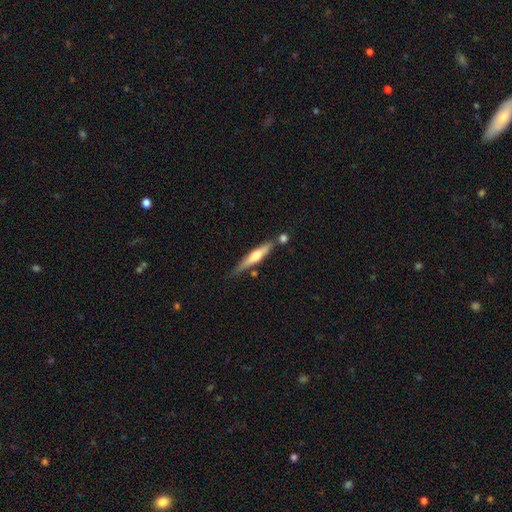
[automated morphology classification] featured or disk 56%, smooth 39%, star or artifact 5%. Down the decision tree: edge-on disk — yes (94%); edge-on bulge — rounded (88%); merging — none (71%).